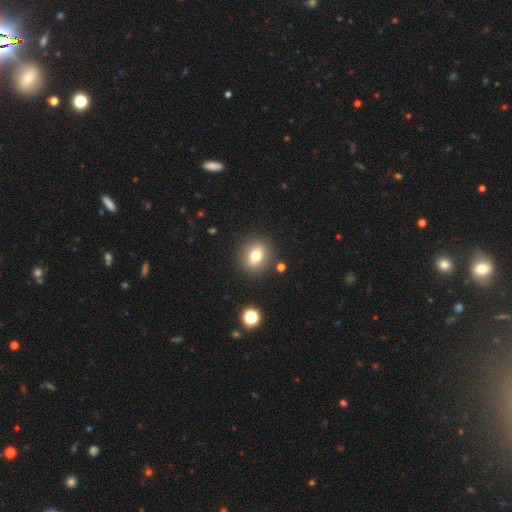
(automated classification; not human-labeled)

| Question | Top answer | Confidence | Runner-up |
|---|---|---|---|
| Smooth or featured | smooth | 71% | featured or disk (17%) |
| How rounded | round | 71% | in between (28%) |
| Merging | none | 88% | minor disturbance (7%) |